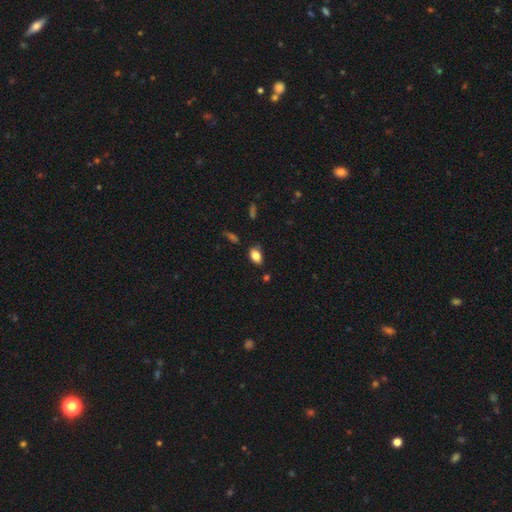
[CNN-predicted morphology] Overall: smooth (84%). How rounded: in between (88%). Merging: none (79%).